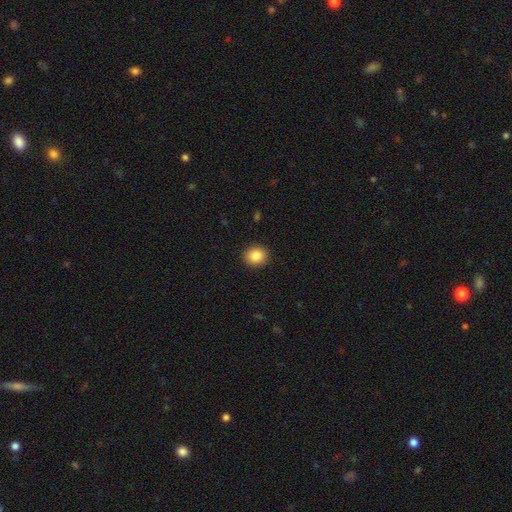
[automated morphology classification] Smooth or featured?
  - smooth: 86% *
  - star or artifact: 9%
  - featured or disk: 5%
How rounded?
  - round: 76% *
  - in between: 23%
  - cigar-shaped: 1%
Merging?
  - none: 91% *
  - minor disturbance: 6%
  - major disturbance: 2%
  - merger: 1%